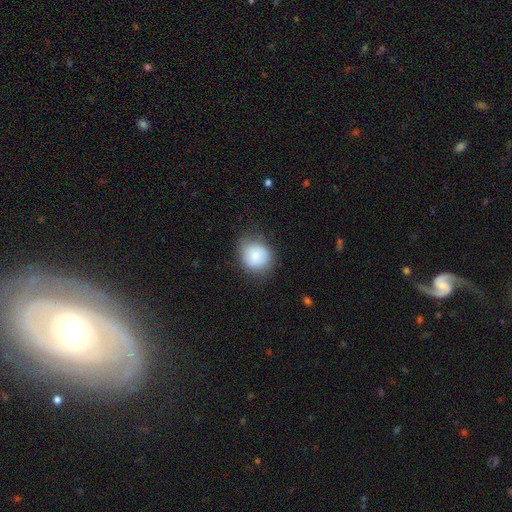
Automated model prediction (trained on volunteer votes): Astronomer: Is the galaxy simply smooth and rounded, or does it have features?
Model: smooth — 81%.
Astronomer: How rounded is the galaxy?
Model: round — 75%.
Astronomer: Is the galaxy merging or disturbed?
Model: none — 71%.